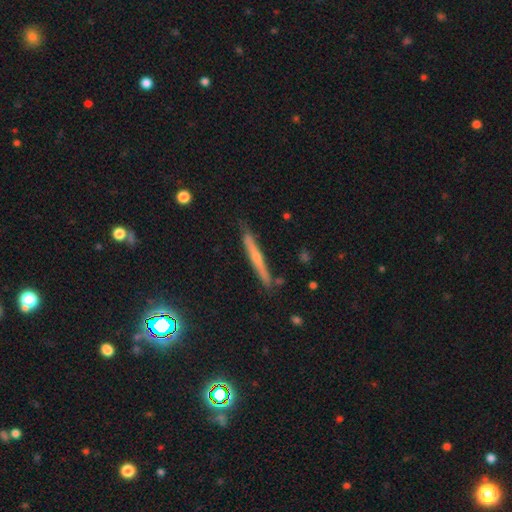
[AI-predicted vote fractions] Q: Smooth or featured?
A: featured or disk (60%); runner-up: smooth (27%)
Q: Edge-on disk?
A: yes (95%); runner-up: no (5%)
Q: Edge-on bulge?
A: rounded (60%); runner-up: none (35%)
Q: Merging?
A: none (84%); runner-up: minor disturbance (12%)